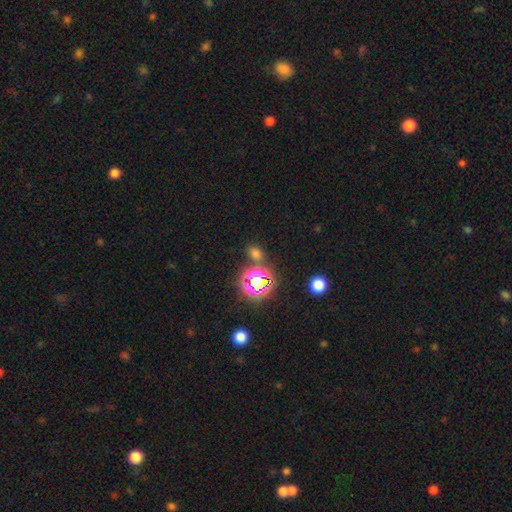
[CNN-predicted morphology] star or artifact 55%, smooth 37%, featured or disk 8%.